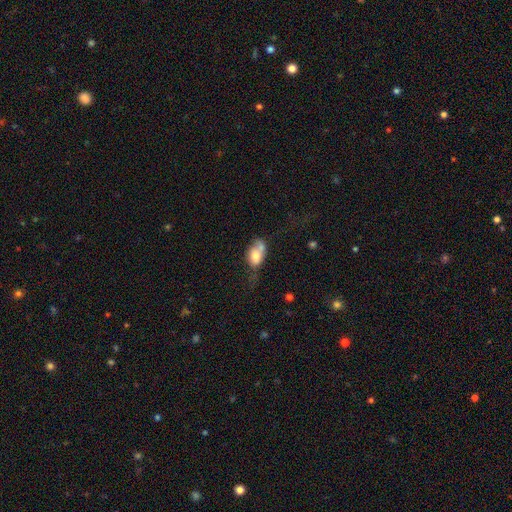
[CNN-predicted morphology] A smooth galaxy with no disk features (67%) that is in between round and cigar-shaped (79%).

Vote fractions:
- Smooth or featured? smooth: 67% / featured or disk: 24% / star or artifact: 8%
- How rounded? in between: 79% / round: 19% / cigar-shaped: 3%
- Merging? merger: 40% / none: 24% / minor disturbance: 21% / major disturbance: 16%